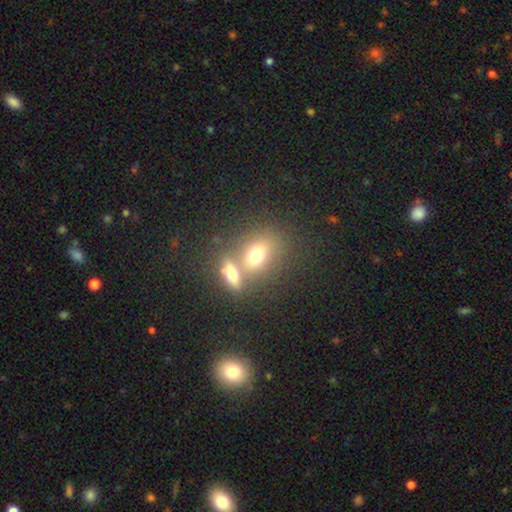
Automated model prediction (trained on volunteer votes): Smooth or featured? smooth (68%)
How rounded? in between (71%)
Merging? merger (47%)